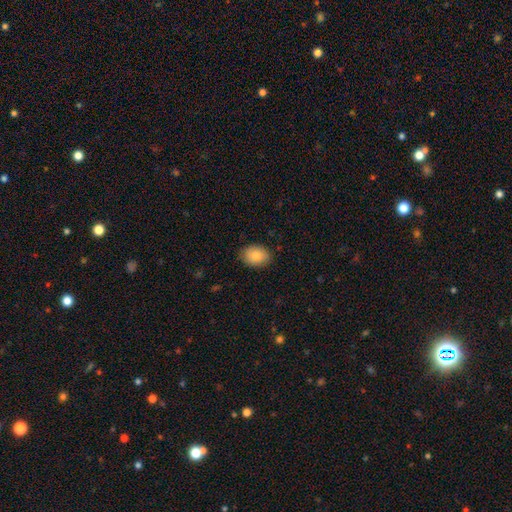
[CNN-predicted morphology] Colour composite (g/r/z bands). It shows a smooth galaxy with no disk features (85%) that is in between round and cigar-shaped (71%). Merging: none (86%).